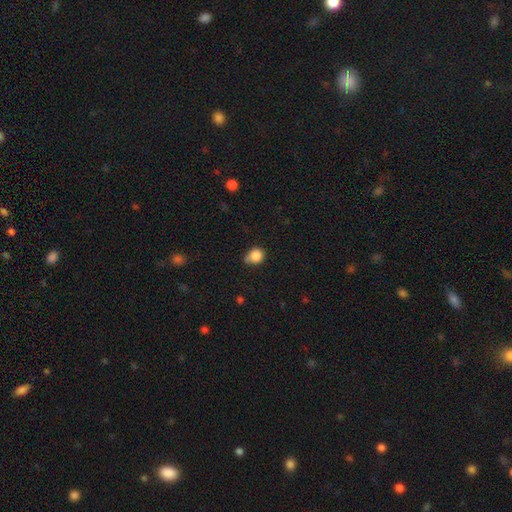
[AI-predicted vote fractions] Smooth or featured?
  - smooth: 85% *
  - star or artifact: 10%
  - featured or disk: 6%
How rounded?
  - round: 68% *
  - in between: 31%
  - cigar-shaped: 1%
Merging?
  - none: 55% *
  - minor disturbance: 33%
  - major disturbance: 7%
  - merger: 6%